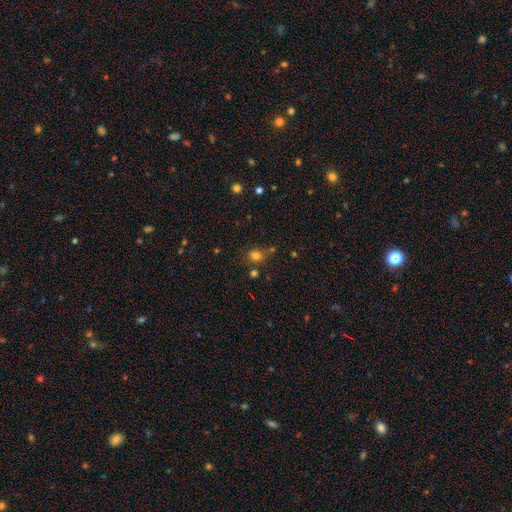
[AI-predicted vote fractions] Smooth or featured?
  - smooth: 70% *
  - star or artifact: 21%
  - featured or disk: 9%
How rounded?
  - round: 55% *
  - in between: 43%
  - cigar-shaped: 2%
Merging?
  - none: 53% *
  - minor disturbance: 20%
  - merger: 16%
  - major disturbance: 10%